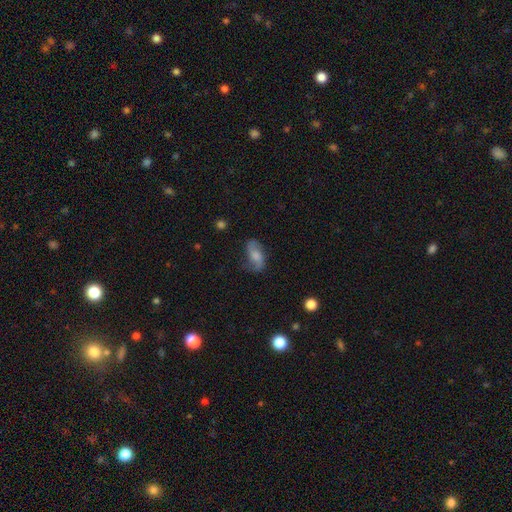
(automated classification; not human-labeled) A featured or disk galaxy (57%) with no bar (55%), spiral arms (90%) and a moderate central bulge (34%).

Vote fractions:
- Smooth or featured? featured or disk: 57% / smooth: 34% / star or artifact: 8%
- Edge-on disk? no: 95% / yes: 5%
- Bar? no: 55% / weak: 35% / strong: 10%
- Spiral arms? yes: 90% / no: 10%
- Bulge size? moderate: 34% / none: 22% / small: 22% / large: 19% / dominant: 3%
- Merging? none: 66% / minor disturbance: 22% / major disturbance: 10% / merger: 2%